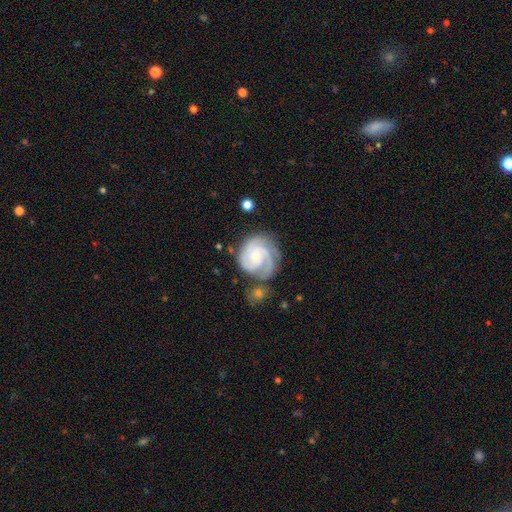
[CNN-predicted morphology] featured or disk 88%, smooth 8%, star or artifact 5%. Down the decision tree: edge-on disk — no (98%); bar — no (68%); spiral arms — yes (98%); spiral arm count — 3 (52%); spiral winding — tight (62%); bulge size — small (60%); merging — none (63%).